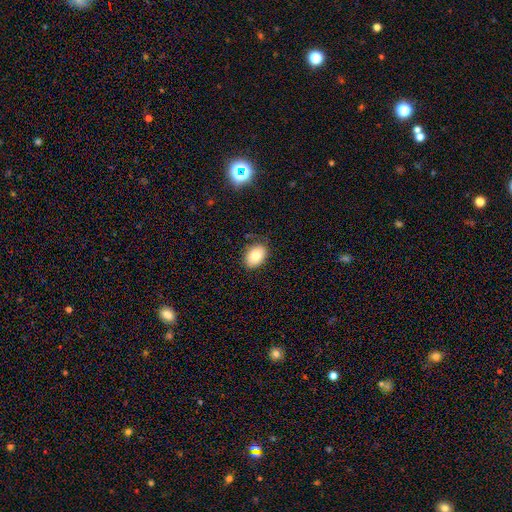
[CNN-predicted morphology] A smooth galaxy with no disk features (83%) that is in between round and cigar-shaped (82%).

Vote fractions:
- Smooth or featured? smooth: 83% / featured or disk: 8% / star or artifact: 8%
- How rounded? in between: 82% / round: 17% / cigar-shaped: 1%
- Merging? none: 79% / minor disturbance: 16% / major disturbance: 4% / merger: 1%